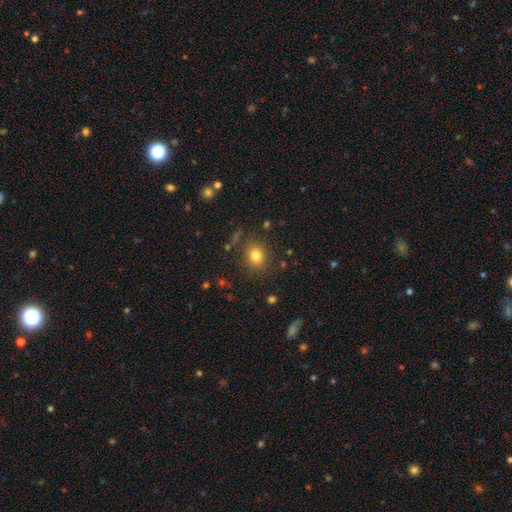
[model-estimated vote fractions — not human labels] smooth-or-featured: smooth: 80% | star or artifact: 13% | featured or disk: 7%
  how-rounded: round: 68% | in between: 31% | cigar-shaped: 1%
  merging: none: 84% | minor disturbance: 10% | major disturbance: 4% | merger: 2%